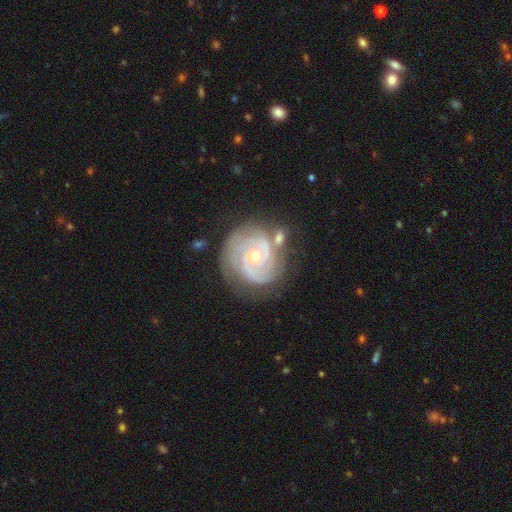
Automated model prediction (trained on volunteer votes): This is clearly a featured or disk galaxy (89%). It is clearly not viewed edge-on (98%). Bar: likely no (69%). Spiral arm pattern: clearly yes (98%). Spiral arm count: marginally 2 (39%). Spiral winding: likely tight (74%). Central bulge: possibly small (54%). Merging: likely none (67%).